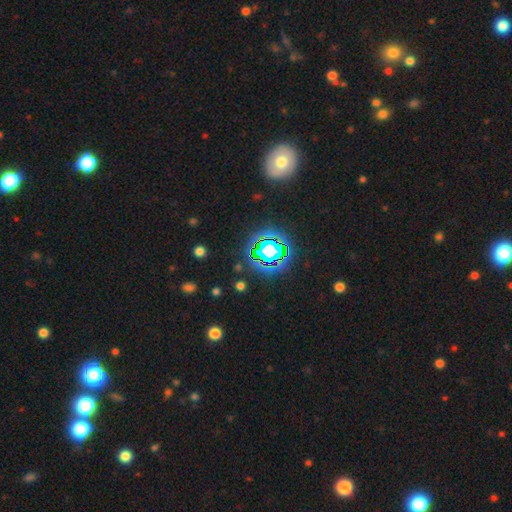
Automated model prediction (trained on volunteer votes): Smooth or featured? Predicted: star or artifact (p=0.71).